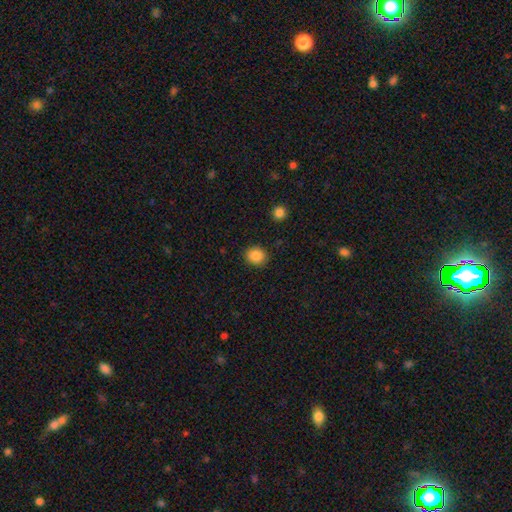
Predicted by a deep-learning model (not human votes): Smooth or featured?
  - smooth: 87% *
  - star or artifact: 9%
  - featured or disk: 3%
How rounded?
  - round: 79% *
  - in between: 20%
  - cigar-shaped: 1%
Merging?
  - none: 89% *
  - minor disturbance: 7%
  - major disturbance: 2%
  - merger: 1%